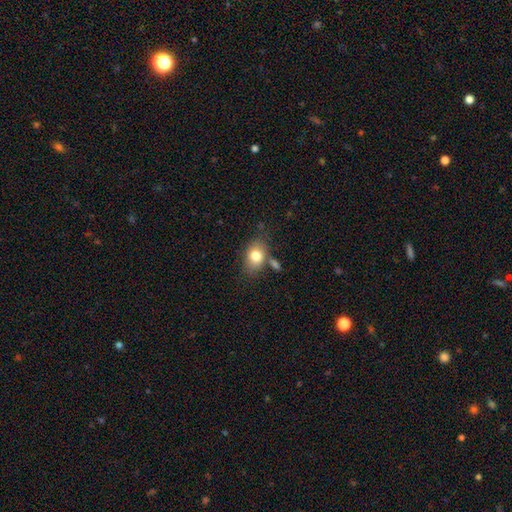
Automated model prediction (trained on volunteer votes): This appears to be a smooth galaxy with no disk features (79%) that is in between round and cigar-shaped (72%). Merging: none (66%).